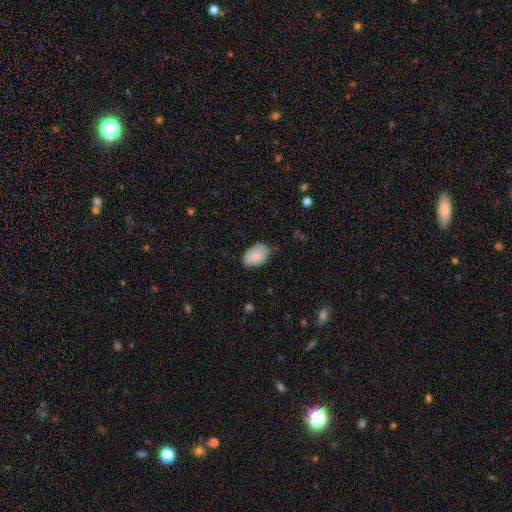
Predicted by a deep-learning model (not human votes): smooth 85%, featured or disk 8%, star or artifact 7%. Down the decision tree: how rounded — in between (91%); merging — none (77%).